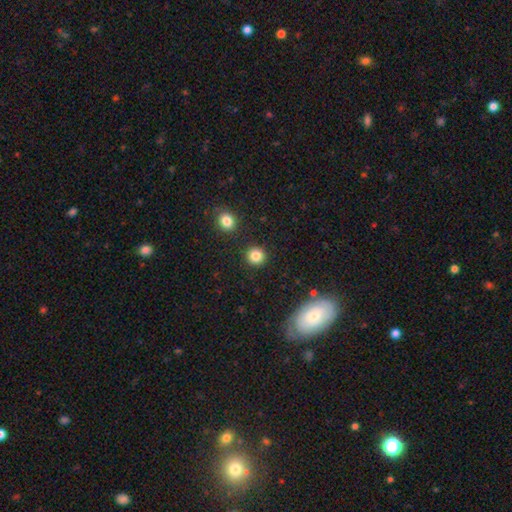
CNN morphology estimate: smooth-or-featured: smooth: 84% | star or artifact: 11% | featured or disk: 5%
  how-rounded: round: 92% | in between: 7% | cigar-shaped: 1%
  merging: none: 90% | minor disturbance: 5% | merger: 2% | major disturbance: 2%